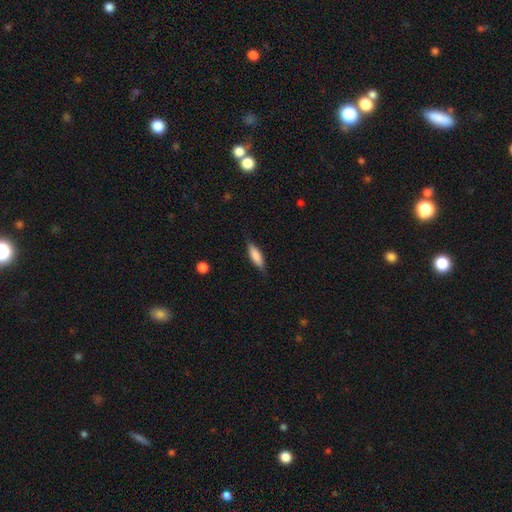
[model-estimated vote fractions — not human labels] This appears to be a smooth galaxy with no disk features (77%) that is cigar-shaped (49%, tied with in between). Merging: none (80%).